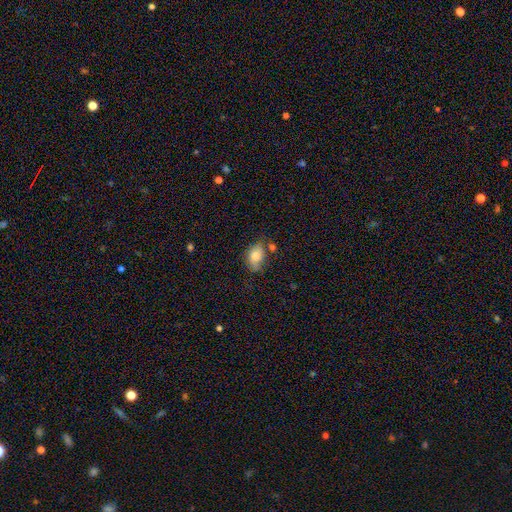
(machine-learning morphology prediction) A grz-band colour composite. It shows a smooth galaxy with no disk features (79%) that is in between round and cigar-shaped (85%). Merging: none (56%).